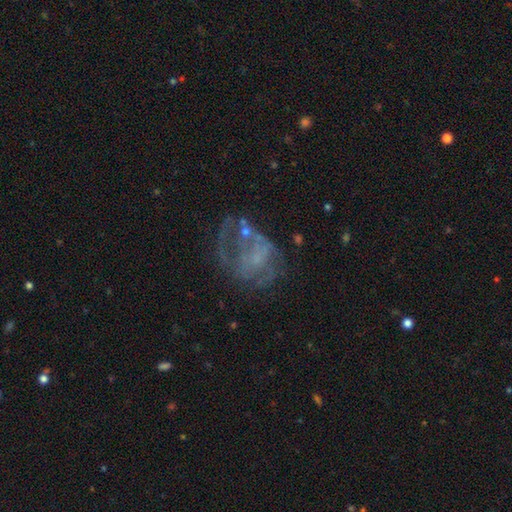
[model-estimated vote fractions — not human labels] A featured or disk galaxy (62%) with no bar (78%), no spiral arms (61%) and no central bulge (52%).

Vote fractions:
- Smooth or featured? featured or disk: 62% / smooth: 21% / star or artifact: 18%
- Edge-on disk? no: 98% / yes: 2%
- Bar? no: 78% / weak: 18% / strong: 4%
- Spiral arms? no: 61% / yes: 39%
- Bulge size? none: 52% / small: 35% / moderate: 11% / large: 2% / dominant: 1%
- Merging? major disturbance: 39% / none: 36% / minor disturbance: 18% / merger: 7%